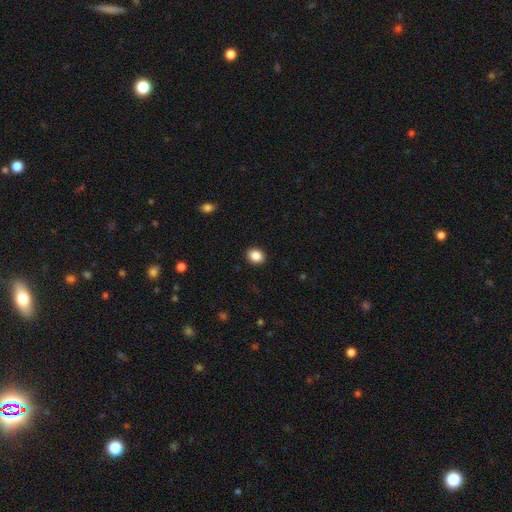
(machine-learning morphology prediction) Smooth or featured: smooth — 87% (star or artifact — 9%)
How rounded: round — 53% (in between — 46%)
Merging: none — 91% (minor disturbance — 6%)